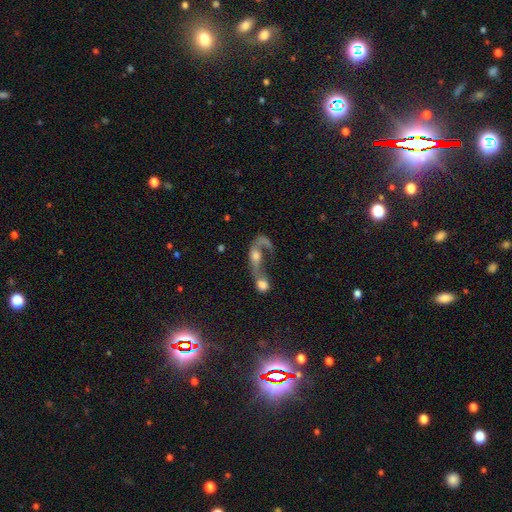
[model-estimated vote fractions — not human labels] Smooth or featured?
  - featured or disk: 52% *
  - smooth: 36%
  - star or artifact: 11%
Edge-on disk?
  - no: 89% *
  - yes: 11%
Merging?
  - merger: 71% *
  - major disturbance: 15%
  - none: 9%
  - minor disturbance: 5%